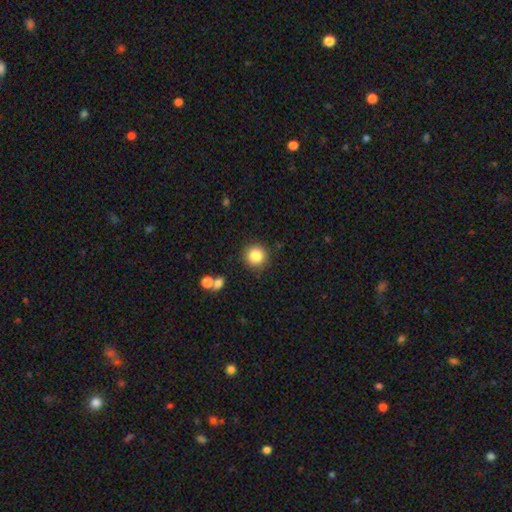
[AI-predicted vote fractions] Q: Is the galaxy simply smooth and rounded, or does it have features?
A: smooth — 83%.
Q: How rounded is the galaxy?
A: round — 94%.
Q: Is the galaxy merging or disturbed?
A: none — 87%.